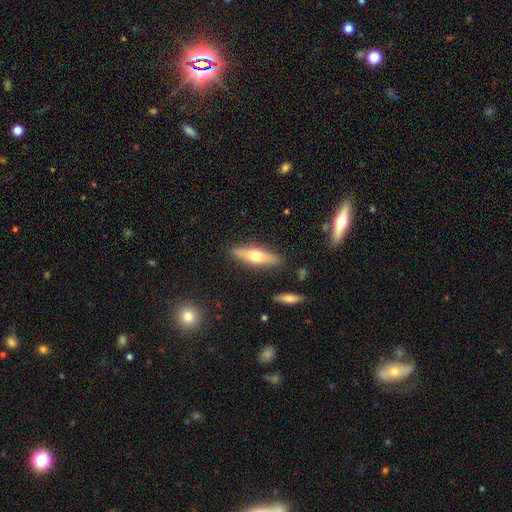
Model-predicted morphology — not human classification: smooth-or-featured: smooth: 53% | featured or disk: 40% | star or artifact: 6%
  how-rounded: cigar-shaped: 57% | in between: 41% | round: 2%
  merging: none: 87% | minor disturbance: 9% | major disturbance: 2% | merger: 2%